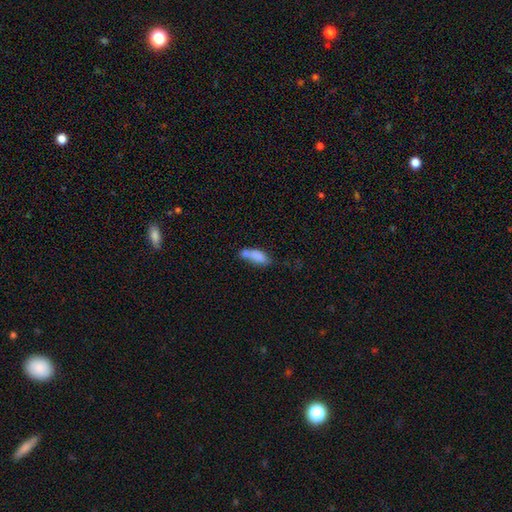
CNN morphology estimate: smooth-or-featured: smooth: 77% | featured or disk: 14% | star or artifact: 9%
  how-rounded: in between: 70% | cigar-shaped: 27% | round: 3%
  merging: merger: 40% | none: 29% | minor disturbance: 20% | major disturbance: 11%